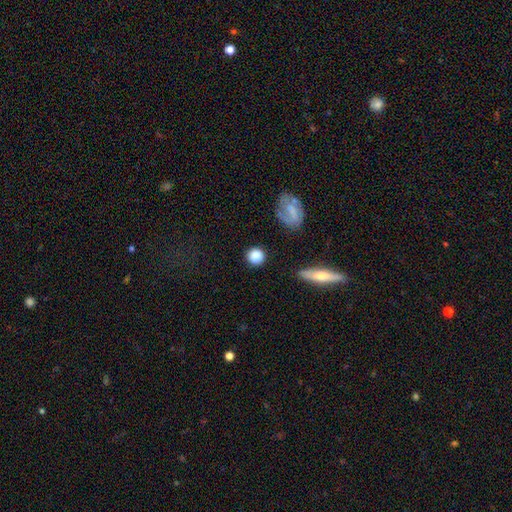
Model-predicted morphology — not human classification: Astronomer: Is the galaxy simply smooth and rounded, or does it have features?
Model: smooth — 84%.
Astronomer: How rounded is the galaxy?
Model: round — 90%.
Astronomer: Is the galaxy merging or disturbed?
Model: none — 82%.